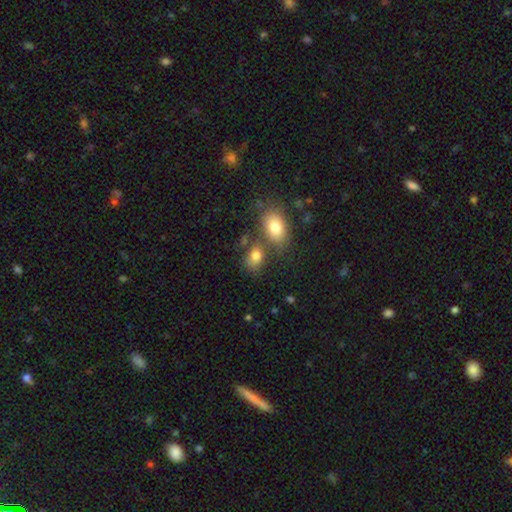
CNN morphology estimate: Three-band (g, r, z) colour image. It shows a smooth galaxy with no disk features (80%) that is in between round and cigar-shaped (76%). Merging: none (50%).